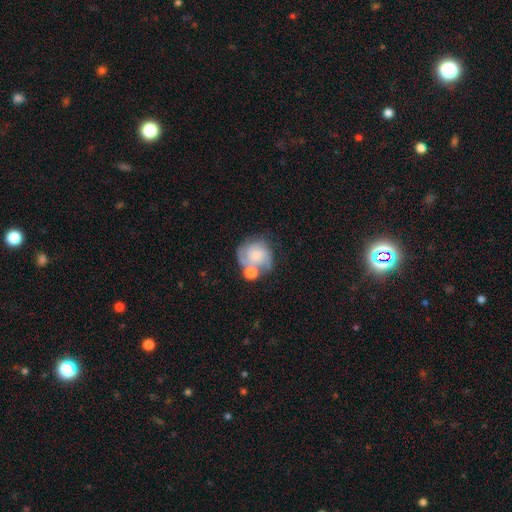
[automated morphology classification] This is likely a featured or disk galaxy (65%). It is clearly not viewed edge-on (98%). Bar: likely no (74%). Spiral arm pattern: clearly yes (90%). Spiral arm count: marginally 2 (34%). Spiral winding: possibly tight (53%). Central bulge: marginally small (39%). Merging: possibly none (48%).